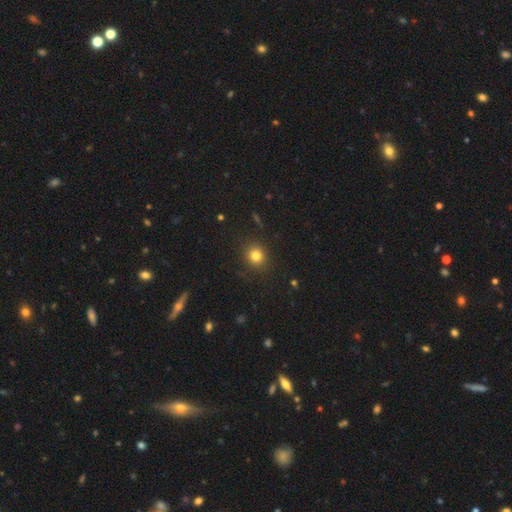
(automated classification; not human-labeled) Morphology: type=smooth (81%); roundness=round (85%); merging=none (89%).